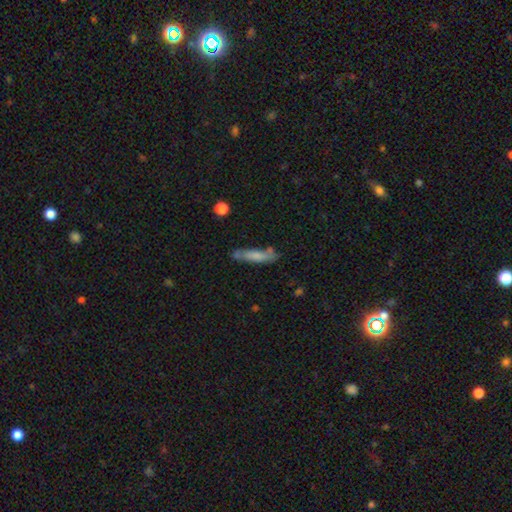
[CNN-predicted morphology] This is likely a smooth galaxy (68%). How rounded: clearly cigar-shaped (80%). Merging: likely none (68%).